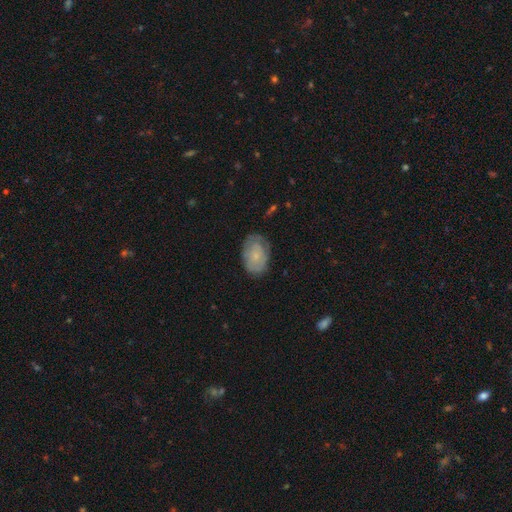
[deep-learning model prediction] Morphology: type=smooth (50%); merging=none (70%).